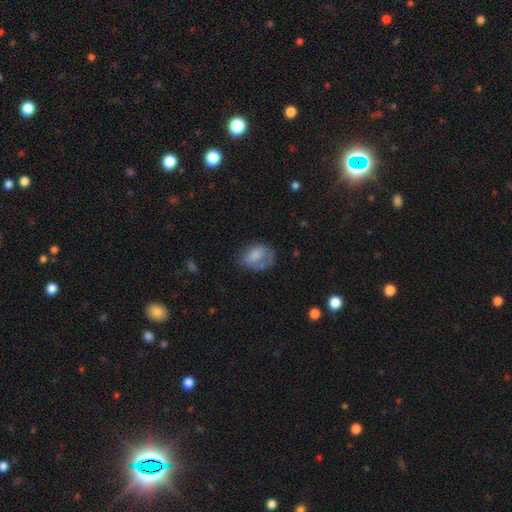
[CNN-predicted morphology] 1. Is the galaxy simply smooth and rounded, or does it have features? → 70% smooth, 22% featured or disk, 8% star or artifact.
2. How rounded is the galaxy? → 74% in between, 25% round, 1% cigar-shaped.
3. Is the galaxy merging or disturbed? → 44% none, 29% minor disturbance, 21% major disturbance, 6% merger.